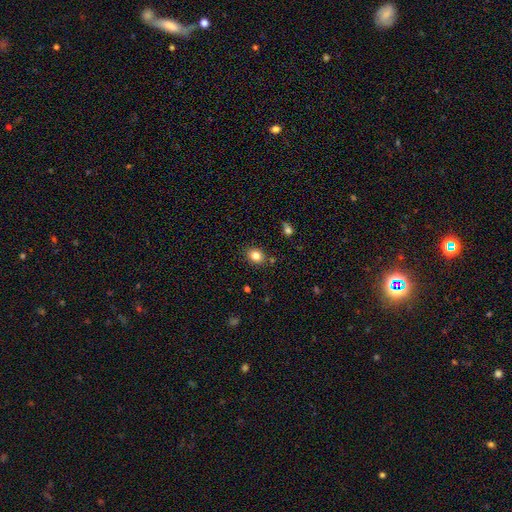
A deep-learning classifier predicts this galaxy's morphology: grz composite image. It shows a smooth galaxy with no disk features (82%) that is round (56%). Merging: none (84%).